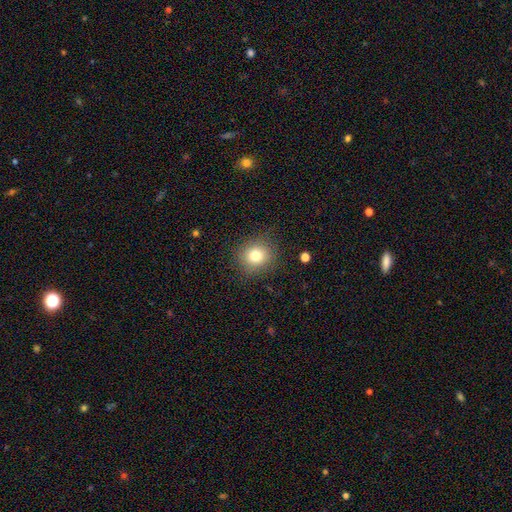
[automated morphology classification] smooth-or-featured: smooth: 79% | star or artifact: 12% | featured or disk: 9%
  how-rounded: round: 81% | in between: 18% | cigar-shaped: 1%
  merging: none: 86% | minor disturbance: 9% | major disturbance: 3% | merger: 1%